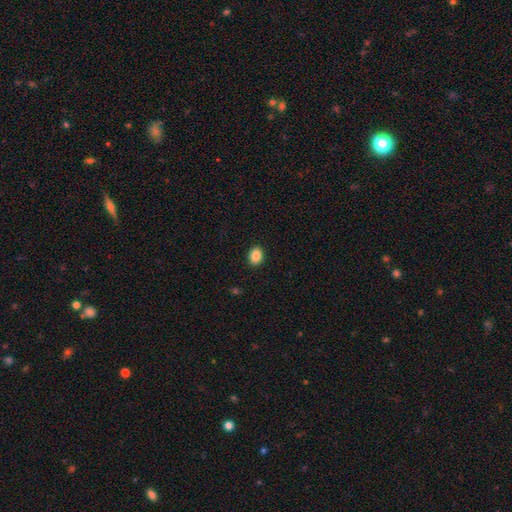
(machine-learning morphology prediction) This is clearly a smooth galaxy (88%). How rounded: likely in between (63%). Merging: clearly none (91%).